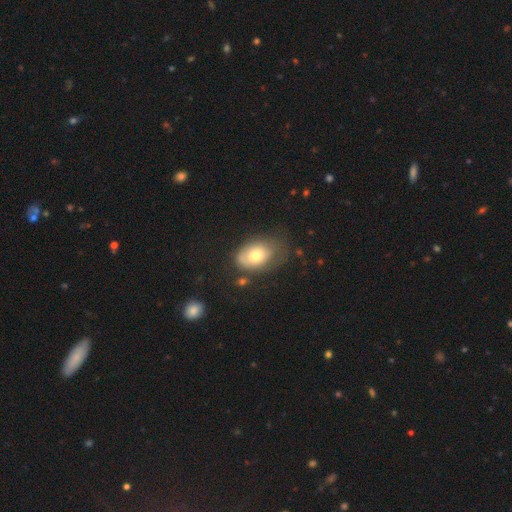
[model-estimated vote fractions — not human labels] A smooth galaxy with no disk features (68%) that is in between round and cigar-shaped (82%).

Vote fractions:
- Smooth or featured? smooth: 68% / featured or disk: 24% / star or artifact: 8%
- How rounded? in between: 82% / round: 17% / cigar-shaped: 1%
- Merging? none: 49% / minor disturbance: 31% / major disturbance: 15% / merger: 4%